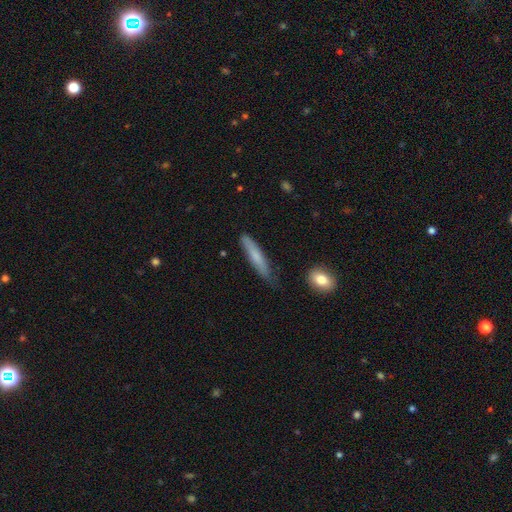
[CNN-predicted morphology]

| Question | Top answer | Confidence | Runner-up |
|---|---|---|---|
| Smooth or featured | smooth | 70% | featured or disk (24%) |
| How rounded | cigar-shaped | 90% | in between (8%) |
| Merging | none | 75% | minor disturbance (20%) |